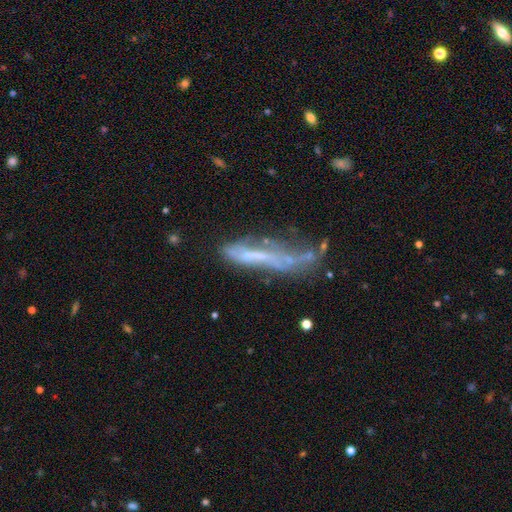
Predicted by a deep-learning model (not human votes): The model was most divided on "merging": major disturbance: 31%, none: 30%, minor disturbance: 22%, merger: 16%. More confident: edge-on disk — no (62%); smooth or featured — featured or disk (53%).